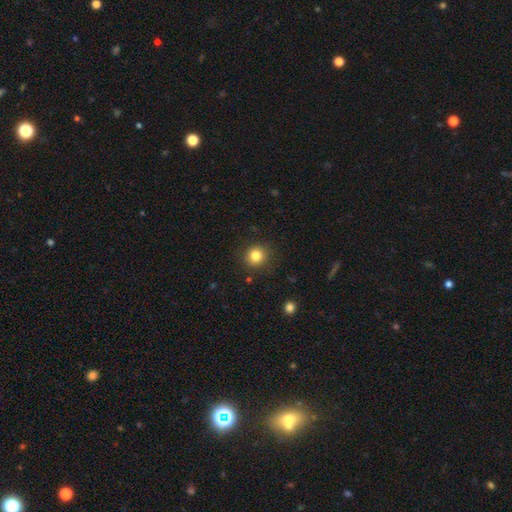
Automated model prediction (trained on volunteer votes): Smooth or featured?
  - smooth: 82% *
  - star or artifact: 12%
  - featured or disk: 6%
How rounded?
  - round: 90% *
  - in between: 9%
  - cigar-shaped: 1%
Merging?
  - none: 88% *
  - minor disturbance: 8%
  - major disturbance: 3%
  - merger: 1%